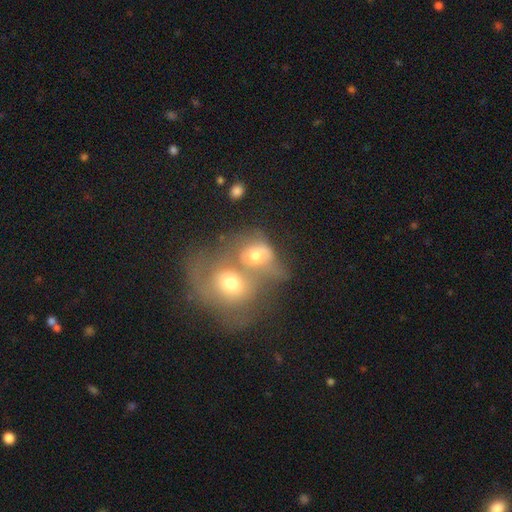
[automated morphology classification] This is possibly a smooth galaxy (51%). How rounded: possibly round (58%). Merging: likely merger (75%).